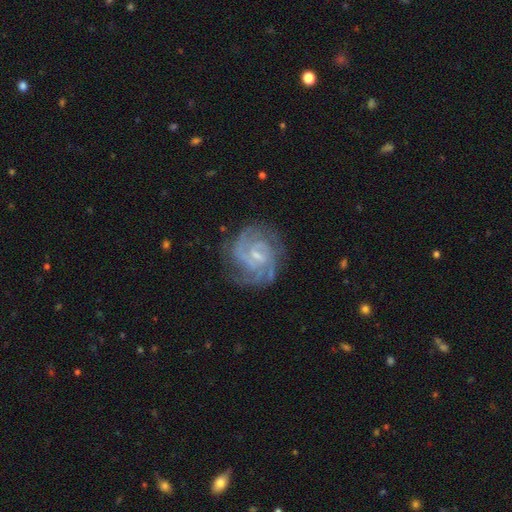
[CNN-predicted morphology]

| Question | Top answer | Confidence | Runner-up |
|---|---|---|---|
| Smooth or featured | featured or disk | 87% | smooth (7%) |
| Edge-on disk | no | 98% | yes (2%) |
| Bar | weak | 58% | no (29%) |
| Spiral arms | yes | 96% | no (4%) |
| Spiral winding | tight | 59% | medium (35%) |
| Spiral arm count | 2 | 27% | 3 (26%) |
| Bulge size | small | 63% | moderate (24%) |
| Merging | none | 73% | minor disturbance (17%) |